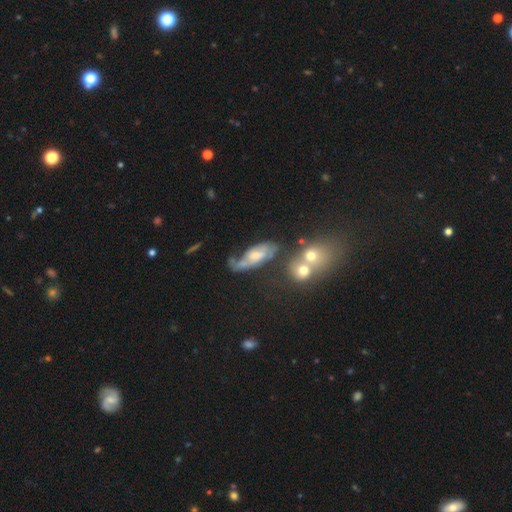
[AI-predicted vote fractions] Morphology: type=featured or disk (65%); edge-on=no (91%); bar=no (59%); spiral arms=yes (80%); bulge=moderate (46%); merging=none (34%).